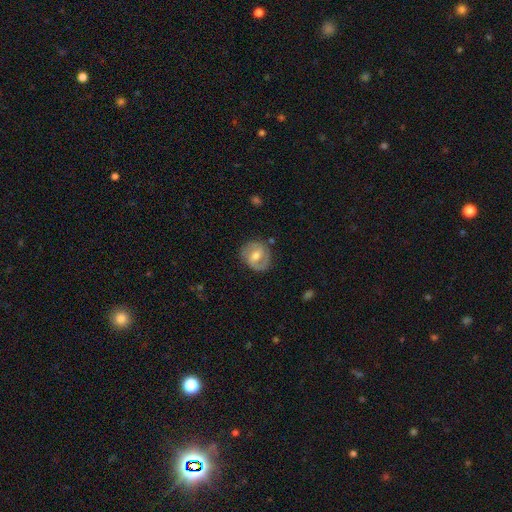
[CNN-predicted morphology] Smooth or featured: featured or disk — 67% (smooth — 26%)
Edge-on disk: no — 97% (yes — 3%)
Bar: weak — 53% (no — 25%)
Spiral arms: yes — 86% (no — 14%)
Spiral winding: medium — 50% (tight — 29%)
Spiral arm count: 2 — 83% (can't tell — 8%)
Bulge size: moderate — 65% (small — 26%)
Merging: none — 78% (minor disturbance — 15%)